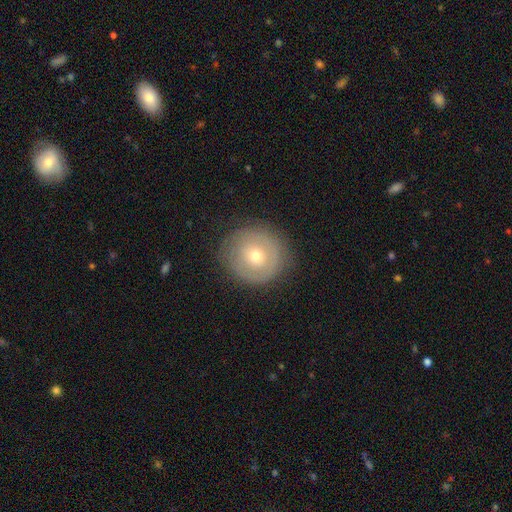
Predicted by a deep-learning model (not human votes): A smooth galaxy with no disk features (50%).

Vote fractions:
- Smooth or featured? smooth: 50% / featured or disk: 41% / star or artifact: 9%
- Merging? none: 81% / minor disturbance: 13% / major disturbance: 5% / merger: 1%